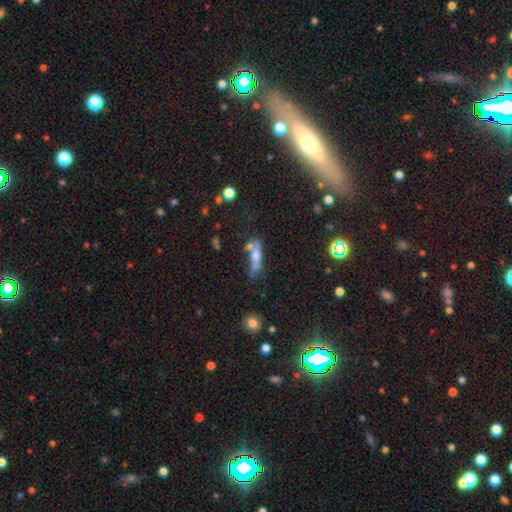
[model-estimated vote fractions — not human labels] A smooth galaxy with no disk features (48%).

Vote fractions:
- Smooth or featured? smooth: 48% / featured or disk: 36% / star or artifact: 16%
- Merging? none: 42% / merger: 26% / minor disturbance: 20% / major disturbance: 13%